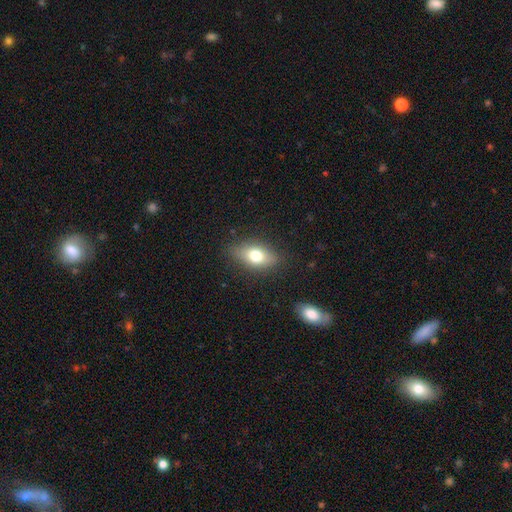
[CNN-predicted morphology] Overall: smooth (70%). How rounded: in between (82%). Merging: none (81%).